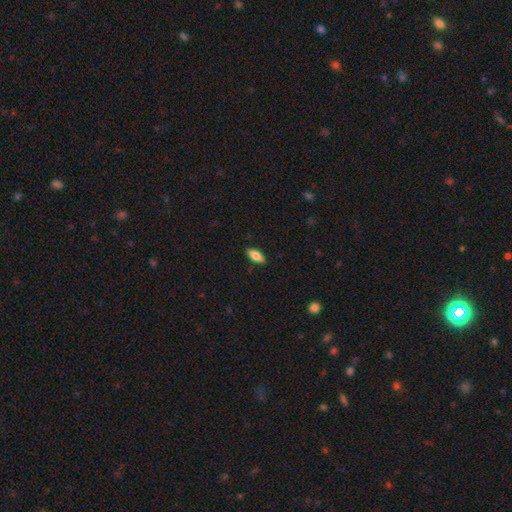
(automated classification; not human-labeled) The model was most divided on "how rounded": in between: 79%, cigar-shaped: 19%, round: 2%. More confident: merging — none (88%); smooth or featured — smooth (80%).